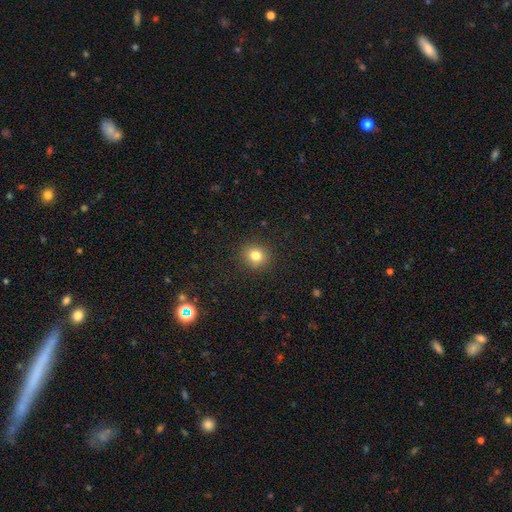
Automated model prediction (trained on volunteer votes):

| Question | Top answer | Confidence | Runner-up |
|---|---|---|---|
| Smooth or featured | smooth | 81% | star or artifact (12%) |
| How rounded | round | 86% | in between (14%) |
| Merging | none | 90% | minor disturbance (6%) |